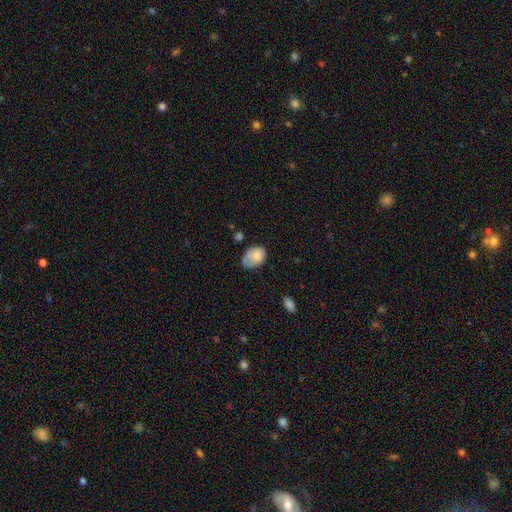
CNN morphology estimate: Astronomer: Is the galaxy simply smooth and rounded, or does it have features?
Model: smooth — 77%.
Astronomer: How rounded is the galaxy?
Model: in between — 78%.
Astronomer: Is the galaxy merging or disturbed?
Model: minor disturbance — 41% (runner-up: none, 39%).